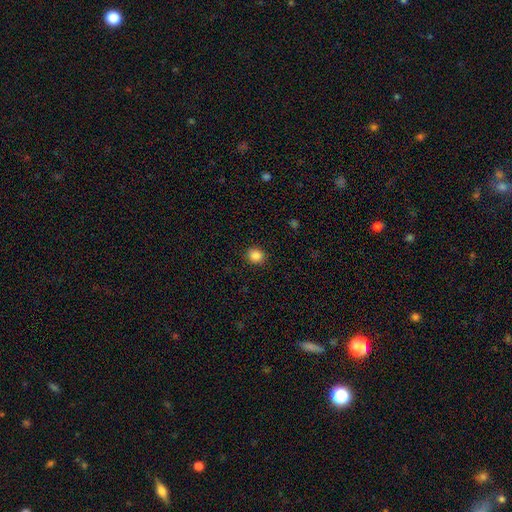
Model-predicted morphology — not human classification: Smooth or featured? smooth (87%)
How rounded? round (78%)
Merging? none (89%)